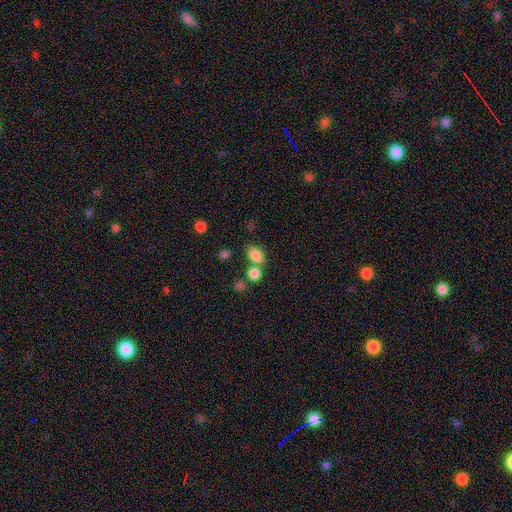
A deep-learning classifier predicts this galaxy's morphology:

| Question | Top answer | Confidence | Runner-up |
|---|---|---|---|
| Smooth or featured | smooth | 83% | star or artifact (11%) |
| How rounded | in between | 71% | round (28%) |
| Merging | none | 54% | merger (29%) |